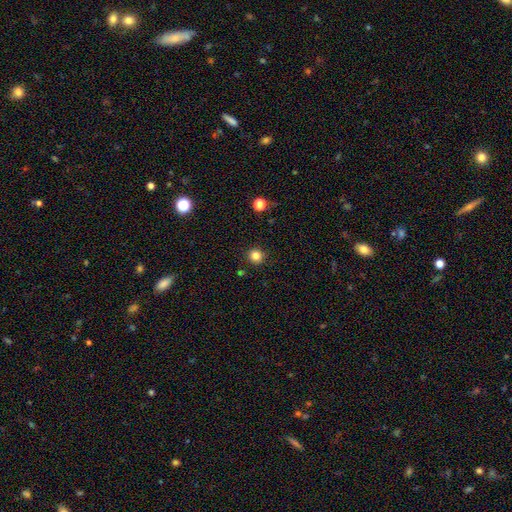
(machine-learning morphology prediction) smooth 83%, star or artifact 12%, featured or disk 4%. Down the decision tree: how rounded — round (93%); merging — none (91%).